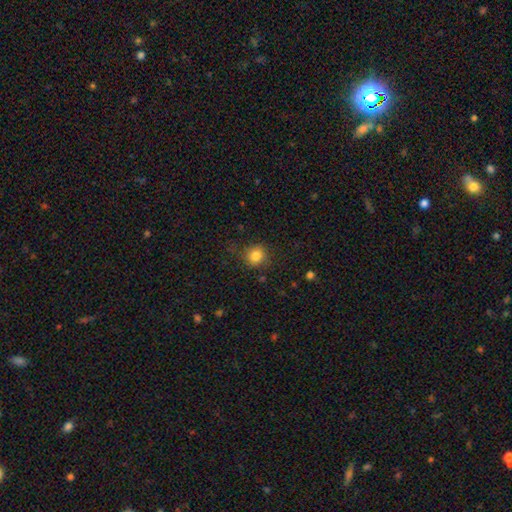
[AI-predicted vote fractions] Smooth or featured? smooth (82%)
How rounded? round (86%)
Merging? none (82%)